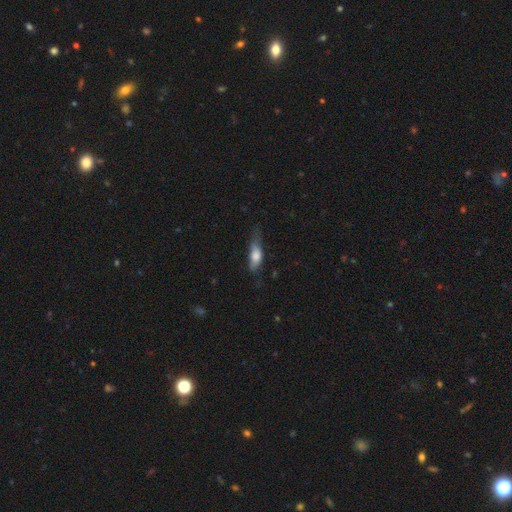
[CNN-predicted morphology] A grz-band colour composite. It shows a smooth galaxy with no disk features (68%) that is in between round and cigar-shaped (65%). Merging: none (37%).